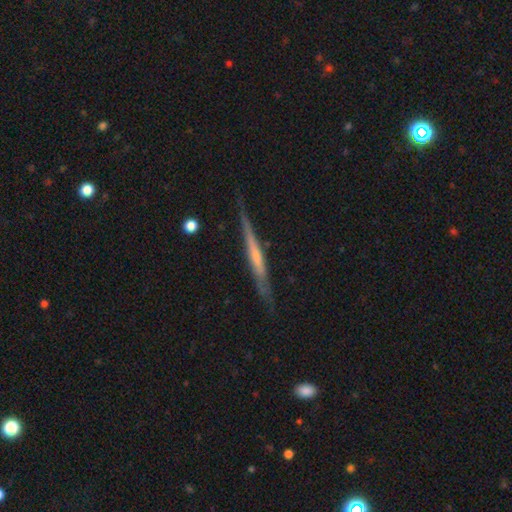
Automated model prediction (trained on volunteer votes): Smooth or featured? Predicted: featured or disk (p=0.60). Edge-on disk? Predicted: yes (p=0.94). Edge-on bulge? Predicted: none (p=0.67). Merging? Predicted: none (p=0.77).